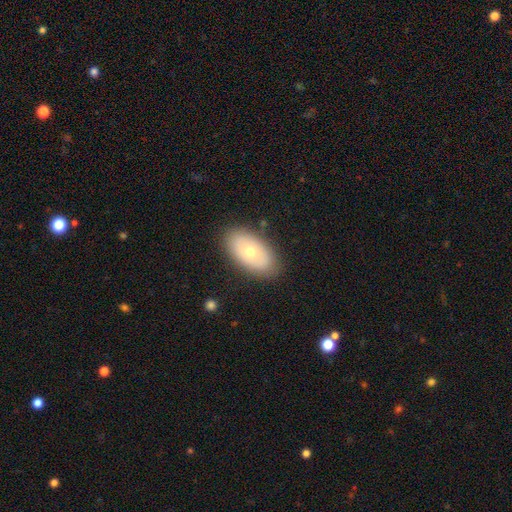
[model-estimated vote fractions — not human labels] This is possibly a smooth galaxy (59%). How rounded: clearly in between (92%). Merging: clearly none (84%).